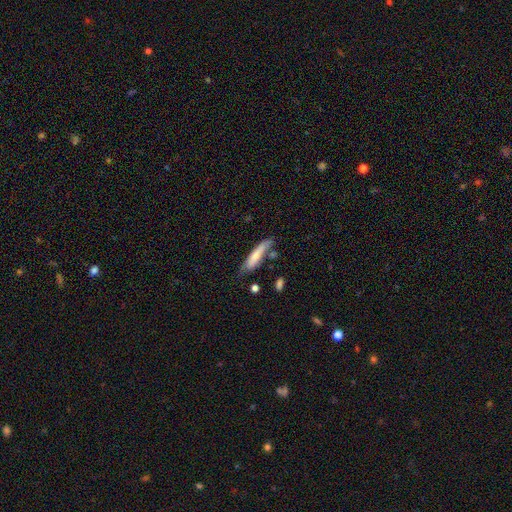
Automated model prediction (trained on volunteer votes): Smooth or featured? Predicted: smooth (p=0.66). How rounded? Predicted: cigar-shaped (p=0.78). Merging? Predicted: none (p=0.54).